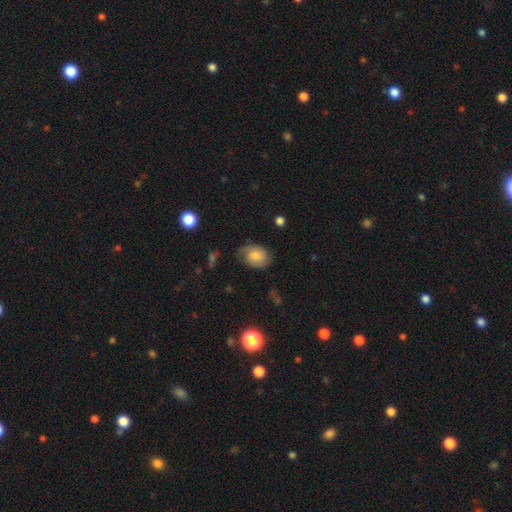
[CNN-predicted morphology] This is possibly a smooth galaxy (57%). How rounded: likely in between (61%). Merging: possibly none (60%).